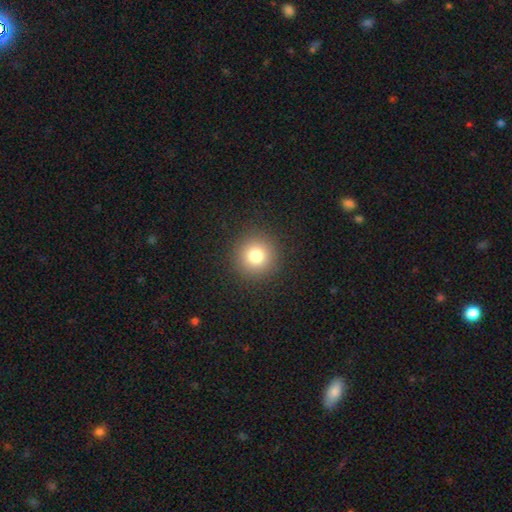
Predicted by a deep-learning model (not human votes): Smooth or featured: smooth — 80% (star or artifact — 13%)
How rounded: round — 95% (in between — 4%)
Merging: none — 91% (minor disturbance — 5%)